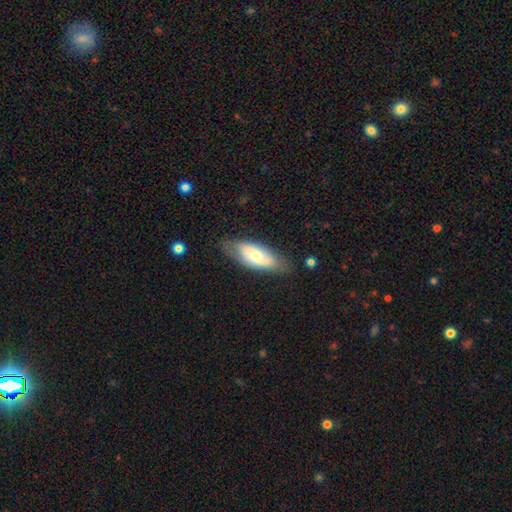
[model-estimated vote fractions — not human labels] This is possibly a featured or disk galaxy (47%, tied with smooth). Merging: likely none (74%).